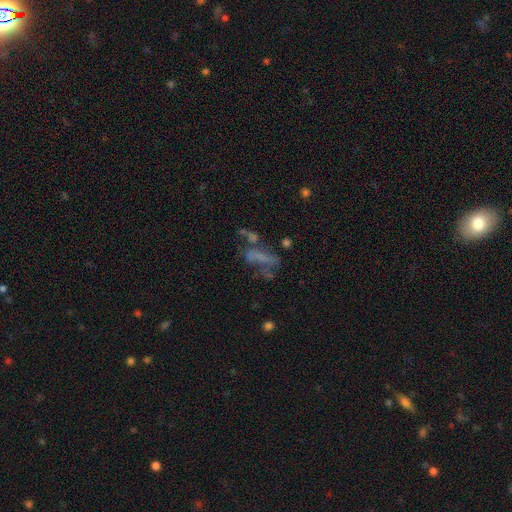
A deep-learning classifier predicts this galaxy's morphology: Smooth or featured: featured or disk — 42% (smooth — 33%)
Merging: none — 41% (major disturbance — 26%)